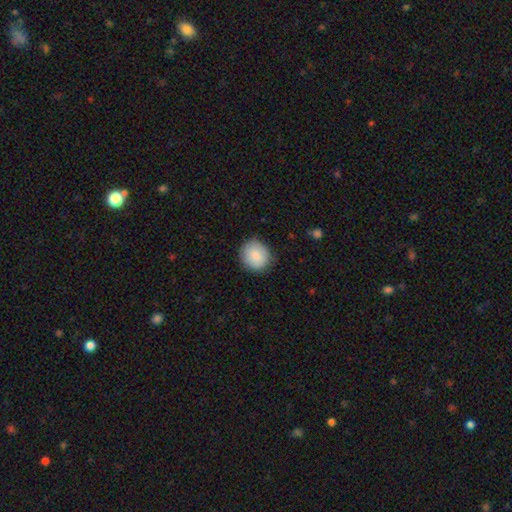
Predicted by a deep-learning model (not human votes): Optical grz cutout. It shows a smooth galaxy with no disk features (86%) that is round (86%). Merging: none (84%).